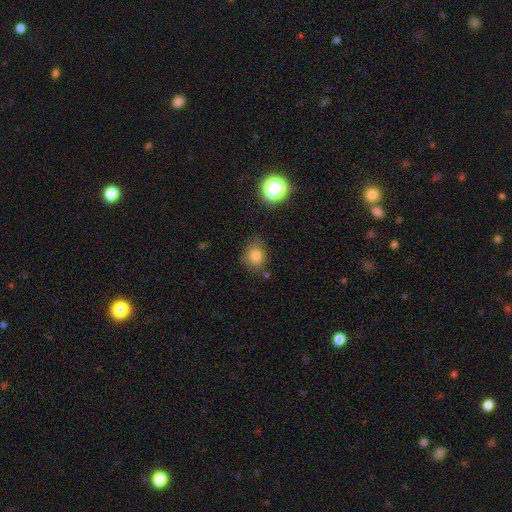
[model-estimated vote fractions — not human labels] Smooth or featured? smooth (78%)
How rounded? round (63%)
Merging? none (67%)